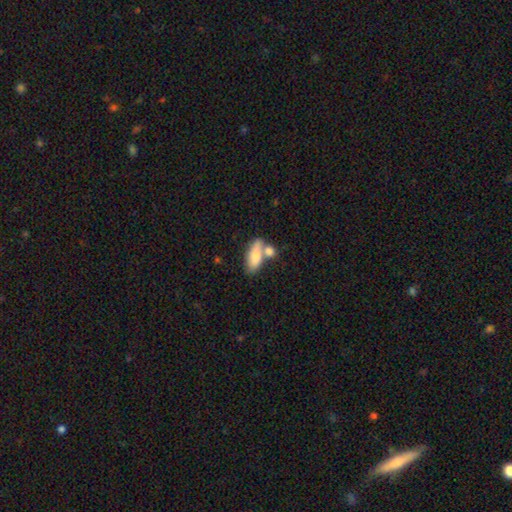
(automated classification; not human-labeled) Q: Smooth or featured?
A: smooth (77%); runner-up: featured or disk (16%)
Q: How rounded?
A: in between (79%); runner-up: cigar-shaped (17%)
Q: Merging?
A: none (41%); runner-up: merger (40%)